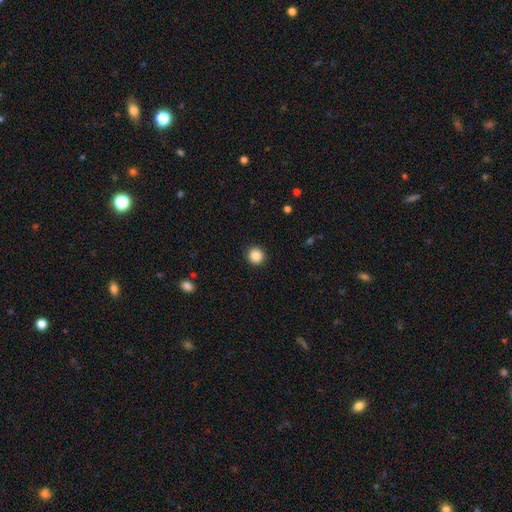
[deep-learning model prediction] Smooth or featured? Predicted: smooth (p=0.87). How rounded? Predicted: round (p=0.95). Merging? Predicted: none (p=0.92).